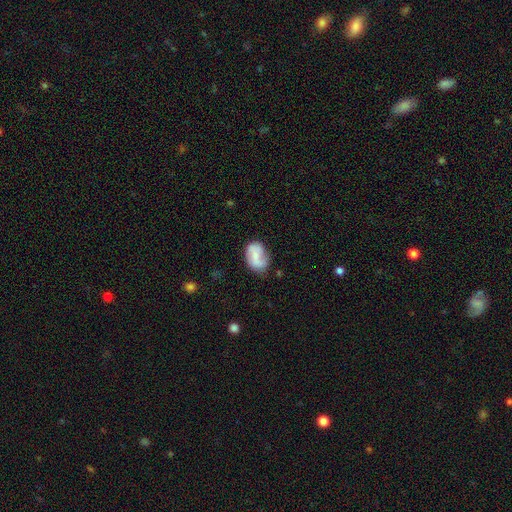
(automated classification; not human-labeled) Smooth or featured?
  - smooth: 51% *
  - featured or disk: 41%
  - star or artifact: 8%
How rounded?
  - in between: 77% *
  - round: 22%
  - cigar-shaped: 1%
Merging?
  - none: 57% *
  - minor disturbance: 28%
  - major disturbance: 10%
  - merger: 5%